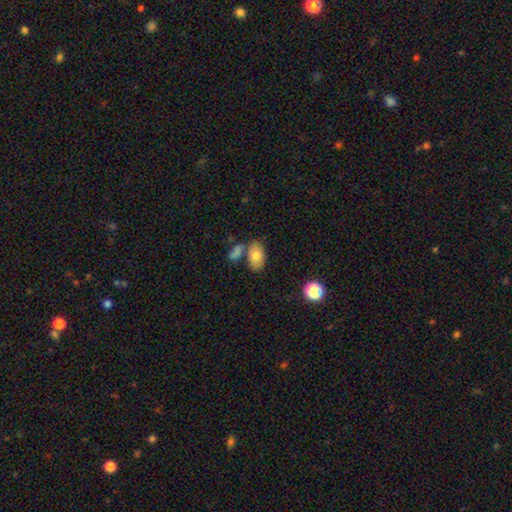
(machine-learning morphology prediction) The model was most divided on "merging": none: 61%, merger: 20%, minor disturbance: 14%, major disturbance: 4%. More confident: how rounded — in between (89%); smooth or featured — smooth (76%).